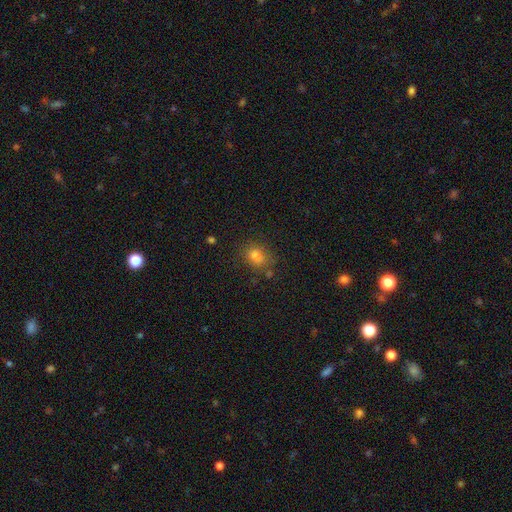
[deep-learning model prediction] Smooth or featured: smooth — 75% (star or artifact — 17%)
How rounded: round — 54% (in between — 45%)
Merging: none — 66% (minor disturbance — 19%)